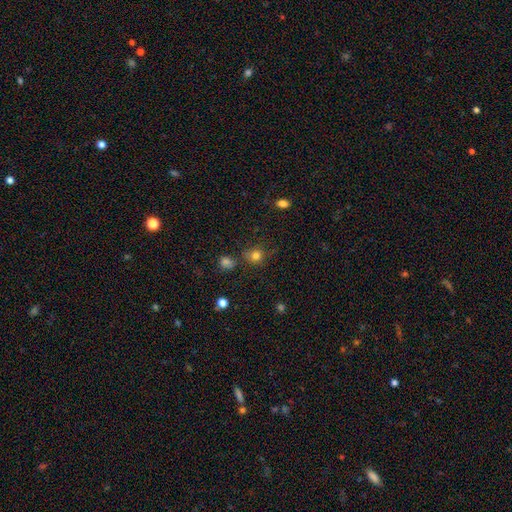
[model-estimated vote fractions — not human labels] smooth-or-featured: smooth: 79% | star or artifact: 15% | featured or disk: 6%
  how-rounded: round: 84% | in between: 15% | cigar-shaped: 1%
  merging: none: 73% | minor disturbance: 16% | merger: 6% | major disturbance: 5%